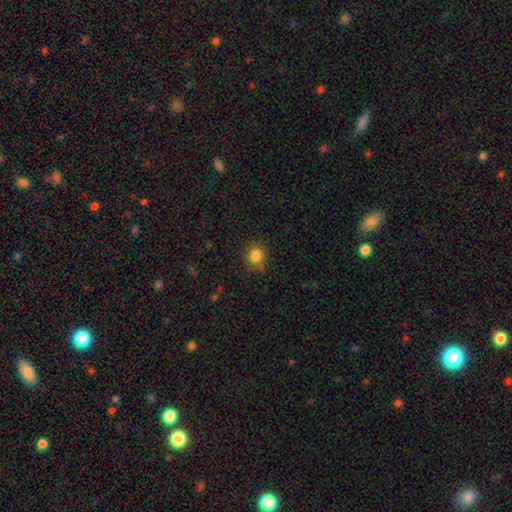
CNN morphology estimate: Smooth or featured? Predicted: smooth (p=0.83). How rounded? Predicted: round (p=0.85). Merging? Predicted: none (p=0.72).